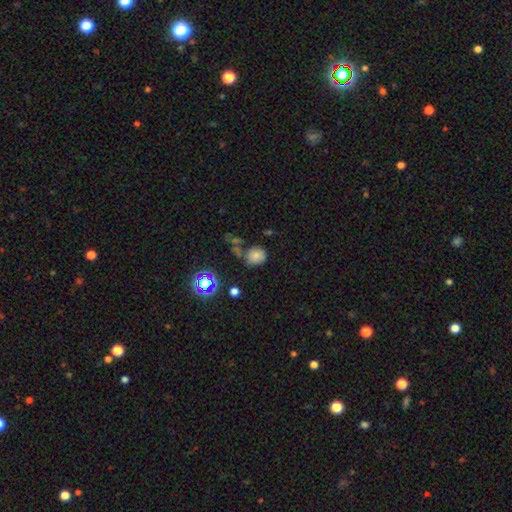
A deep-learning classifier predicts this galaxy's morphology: This is likely a smooth galaxy (73%). How rounded: likely round (77%). Merging: possibly none (59%).